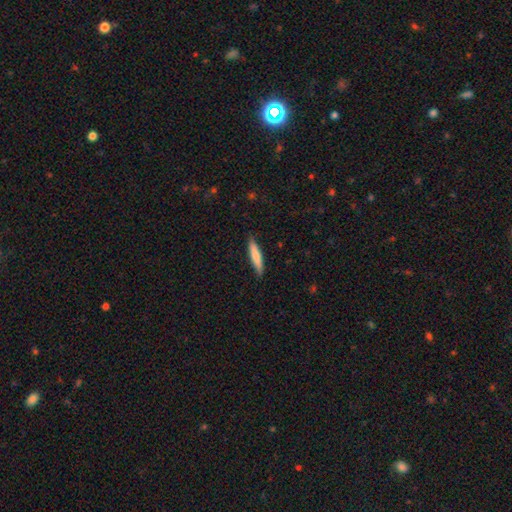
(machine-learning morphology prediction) The model was most divided on "smooth or featured": smooth: 75%, featured or disk: 19%, star or artifact: 6%. More confident: how rounded — cigar-shaped (87%); merging — none (87%).